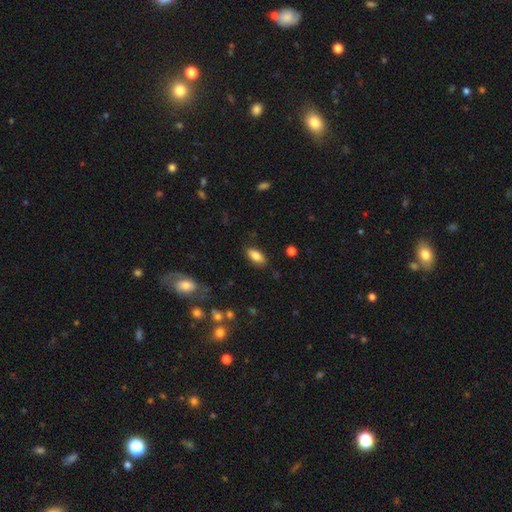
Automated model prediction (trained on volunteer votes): Smooth or featured: smooth — 83% (featured or disk — 9%)
How rounded: in between — 88% (cigar-shaped — 9%)
Merging: none — 85% (minor disturbance — 11%)